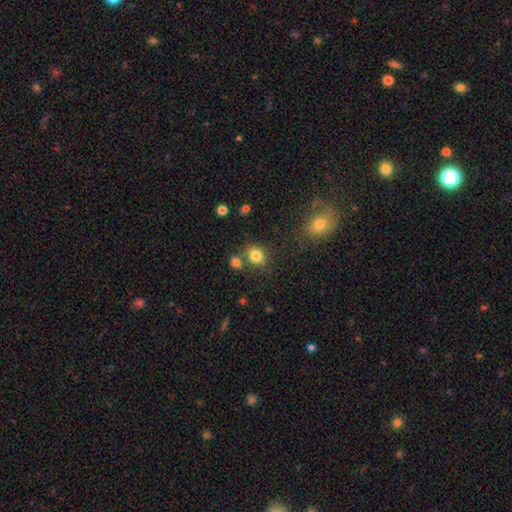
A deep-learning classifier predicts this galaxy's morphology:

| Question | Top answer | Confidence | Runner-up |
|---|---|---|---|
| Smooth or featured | smooth | 81% | star or artifact (12%) |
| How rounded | round | 63% | in between (36%) |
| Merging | none | 65% | merger (16%) |